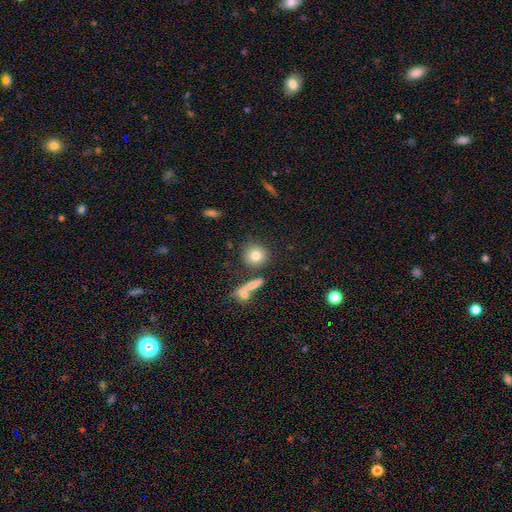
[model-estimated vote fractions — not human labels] smooth 80%, featured or disk 11%, star or artifact 9%. Down the decision tree: how rounded — round (87%); merging — none (77%).